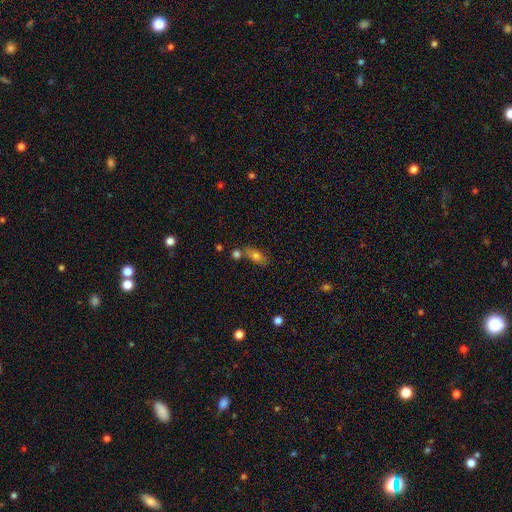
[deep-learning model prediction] Smooth or featured?
  - smooth: 74% *
  - featured or disk: 16%
  - star or artifact: 10%
How rounded?
  - in between: 78% *
  - cigar-shaped: 12%
  - round: 10%
Merging?
  - none: 56% *
  - merger: 25%
  - minor disturbance: 14%
  - major disturbance: 4%